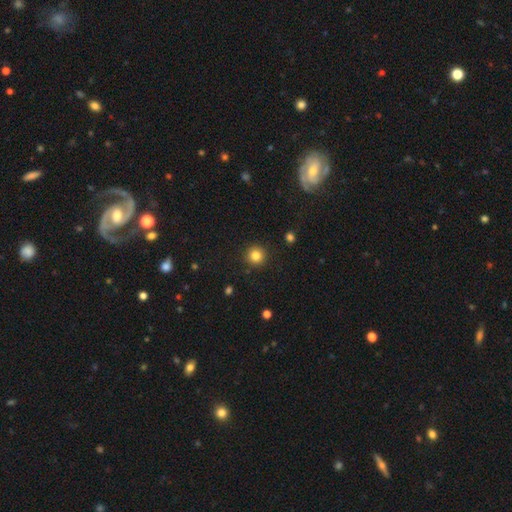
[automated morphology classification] smooth-or-featured: smooth: 83% | star or artifact: 11% | featured or disk: 5%
  how-rounded: round: 95% | in between: 4% | cigar-shaped: 1%
  merging: none: 92% | minor disturbance: 5% | major disturbance: 2% | merger: 1%